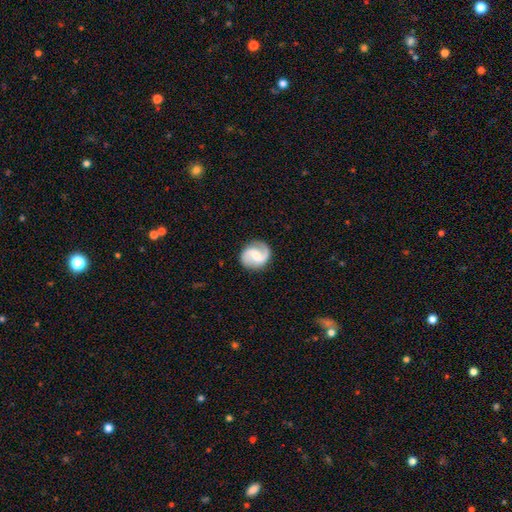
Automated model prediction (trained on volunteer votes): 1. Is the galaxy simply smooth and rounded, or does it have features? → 84% featured or disk, 11% smooth, 5% star or artifact.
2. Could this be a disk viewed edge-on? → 98% no, 2% yes.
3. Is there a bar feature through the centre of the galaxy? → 51% weak, 27% no, 22% strong.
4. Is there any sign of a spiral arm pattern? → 97% yes, 3% no.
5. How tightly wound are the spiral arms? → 49% medium, 33% loose, 17% tight.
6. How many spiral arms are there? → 91% 2, 3% 1, 2% can't tell, 1% 3, 1% 4, 1% more than 4.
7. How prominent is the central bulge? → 42% moderate, 41% small, 10% none, 5% large, 1% dominant.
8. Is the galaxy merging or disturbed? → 85% none, 10% minor disturbance, 3% major disturbance, 1% merger.